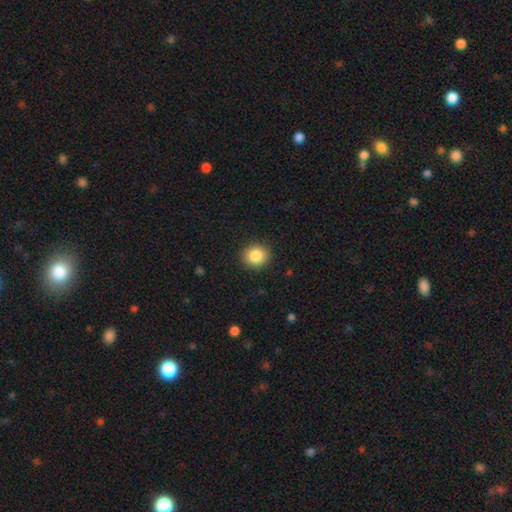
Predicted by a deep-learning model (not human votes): smooth-or-featured: smooth: 86% | star or artifact: 9% | featured or disk: 5%
  how-rounded: round: 82% | in between: 17% | cigar-shaped: 1%
  merging: none: 90% | minor disturbance: 7% | major disturbance: 2% | merger: 1%